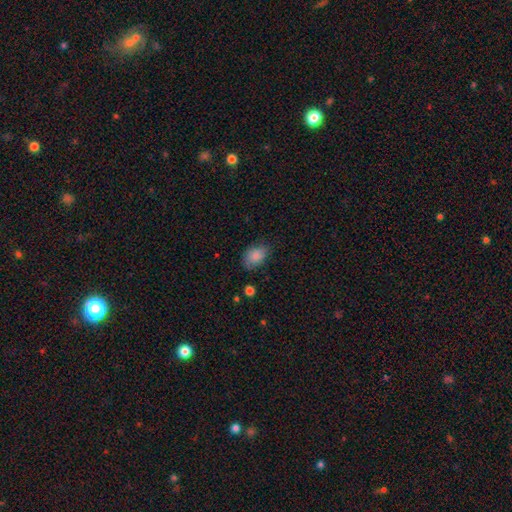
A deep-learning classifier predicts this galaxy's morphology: Smooth or featured? Predicted: smooth (p=0.86). How rounded? Predicted: in between (p=0.83). Merging? Predicted: none (p=0.67).